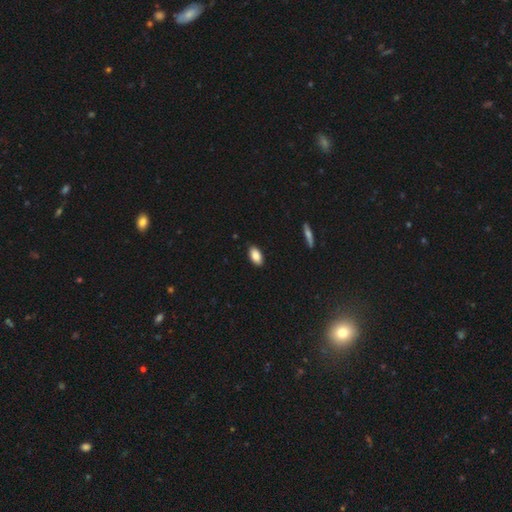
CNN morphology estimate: A smooth galaxy with no disk features (87%) that is in between round and cigar-shaped (93%). Merging: none (88%).